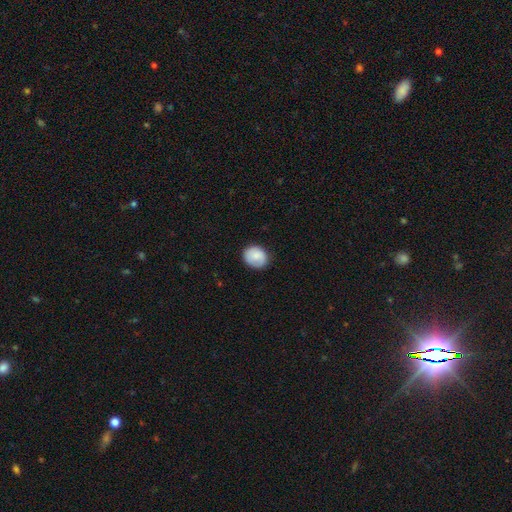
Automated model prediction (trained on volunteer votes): A smooth galaxy with no disk features (83%) that is round (66%). Merging: none (81%).